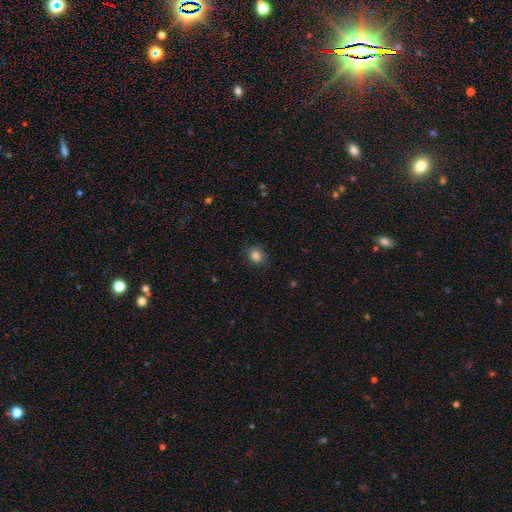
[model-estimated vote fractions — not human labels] Smooth or featured: smooth — 84% (star or artifact — 11%)
How rounded: round — 69% (in between — 30%)
Merging: none — 86% (minor disturbance — 10%)